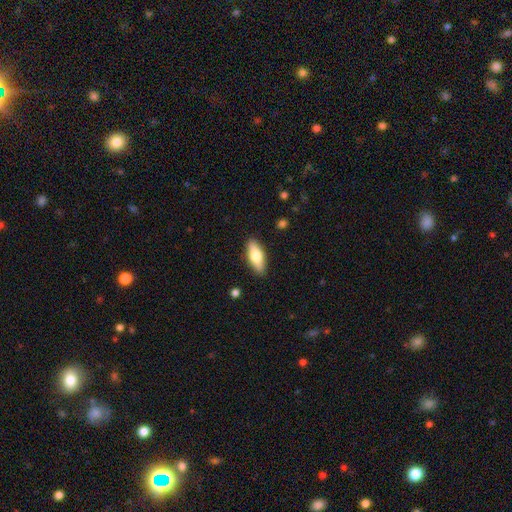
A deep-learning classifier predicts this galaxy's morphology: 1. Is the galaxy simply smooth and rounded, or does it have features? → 67% smooth, 27% featured or disk, 6% star or artifact.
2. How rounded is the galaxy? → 73% in between, 25% cigar-shaped, 3% round.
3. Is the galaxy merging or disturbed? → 89% none, 8% minor disturbance, 2% major disturbance, 1% merger.